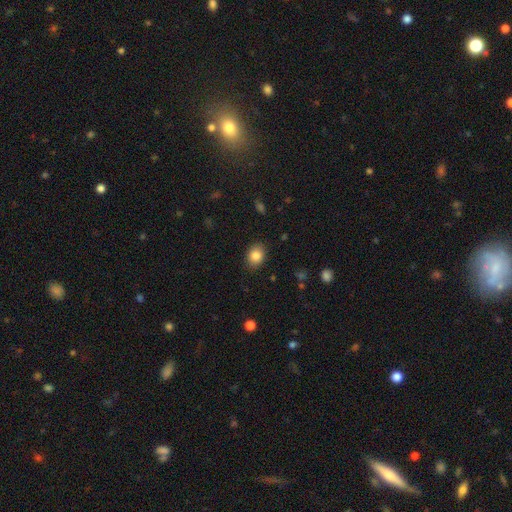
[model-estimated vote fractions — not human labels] smooth 86%, star or artifact 9%, featured or disk 6%. Down the decision tree: how rounded — in between (64%); merging — none (86%).